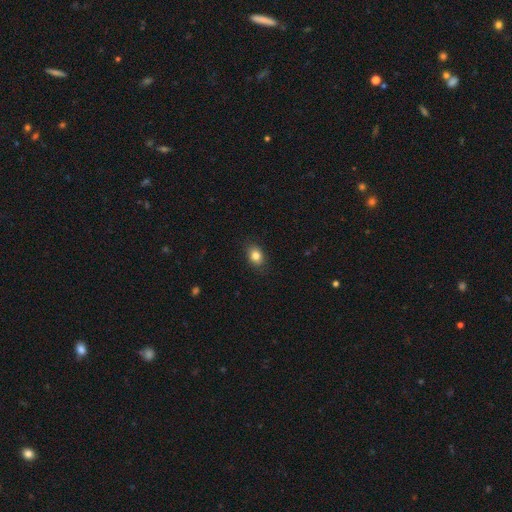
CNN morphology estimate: Smooth or featured? smooth (82%)
How rounded? in between (65%)
Merging? none (86%)